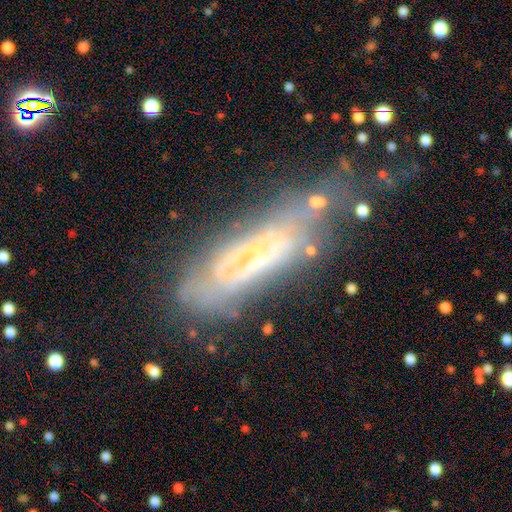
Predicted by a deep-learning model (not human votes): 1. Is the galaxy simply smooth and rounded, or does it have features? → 60% featured or disk, 27% smooth, 13% star or artifact.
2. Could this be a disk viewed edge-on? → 66% no, 34% yes.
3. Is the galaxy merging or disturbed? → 48% none, 25% minor disturbance, 20% major disturbance, 7% merger.